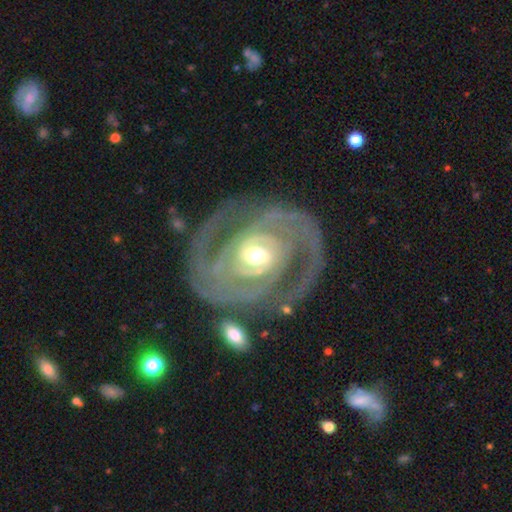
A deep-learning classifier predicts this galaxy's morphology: featured or disk 91%, smooth 5%, star or artifact 4%. Down the decision tree: edge-on disk — no (97%); bar — no (45%); spiral arms — yes (94%); spiral arm count — 2 (54%); spiral winding — tight (58%); bulge size — moderate (67%); merging — none (68%).